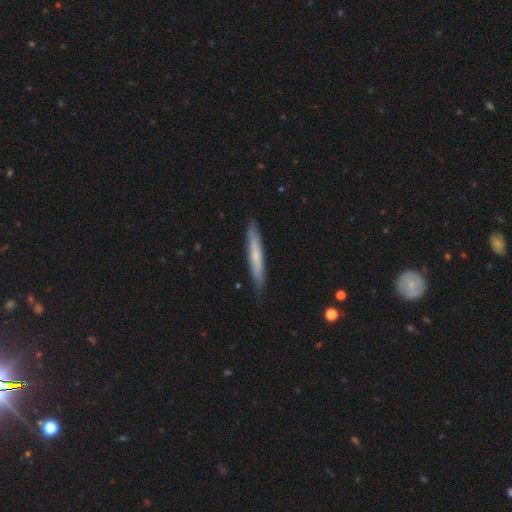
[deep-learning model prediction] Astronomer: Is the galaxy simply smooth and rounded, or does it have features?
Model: smooth — 57% (runner-up: featured or disk, 38%).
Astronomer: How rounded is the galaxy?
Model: cigar-shaped — 95%.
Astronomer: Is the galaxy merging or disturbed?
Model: none — 86%.